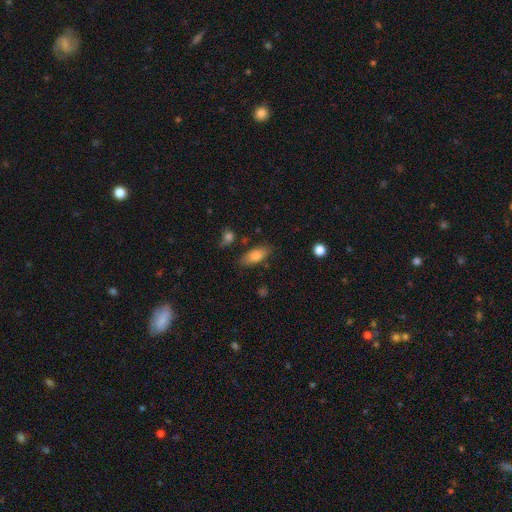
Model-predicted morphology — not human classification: type=smooth (79%); roundness=in between (83%); merging=none (77%).